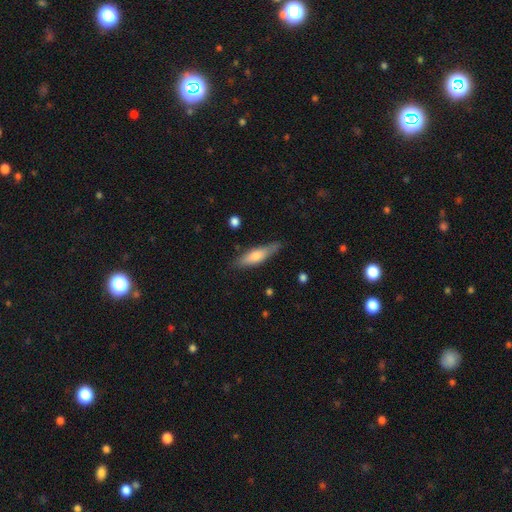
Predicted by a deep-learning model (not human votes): smooth_or_featured: smooth (p=0.58) [alt: featured or disk p=0.35]
how_rounded: cigar-shaped (p=0.69) [alt: in between p=0.29]
merging: none (p=0.79) [alt: minor disturbance p=0.16]